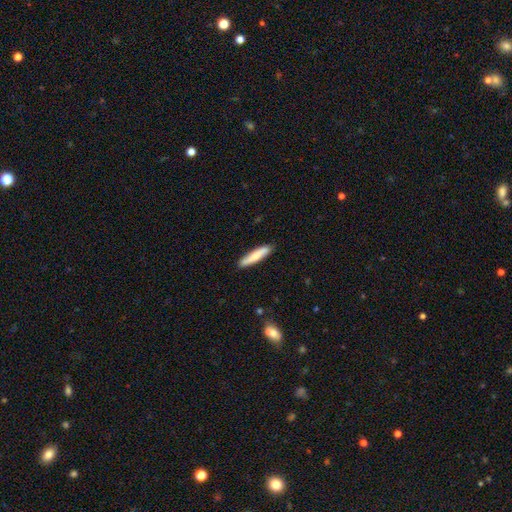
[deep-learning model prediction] Smooth or featured?
  - smooth: 73% *
  - featured or disk: 22%
  - star or artifact: 5%
How rounded?
  - cigar-shaped: 89% *
  - in between: 10%
  - round: 1%
Merging?
  - none: 88% *
  - minor disturbance: 9%
  - major disturbance: 2%
  - merger: 1%